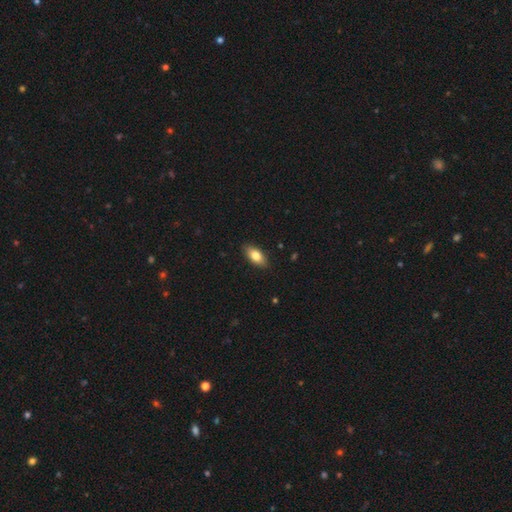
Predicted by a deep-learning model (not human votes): Morphology: type=smooth (79%); roundness=in between (89%); merging=none (88%).